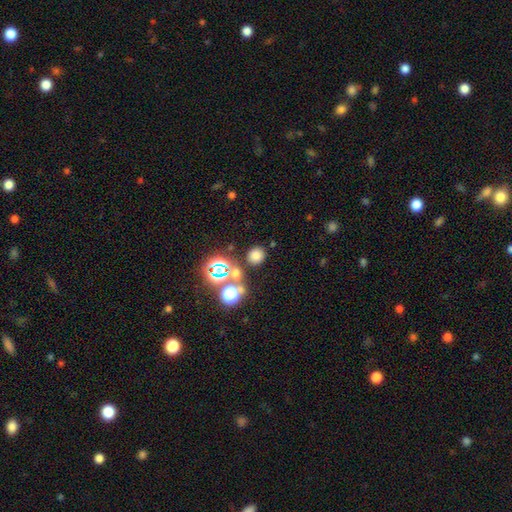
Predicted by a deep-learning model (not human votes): The model was most divided on "smooth or featured": smooth: 70%, star or artifact: 23%, featured or disk: 7%. More confident: how rounded — round (86%); merging — none (79%).